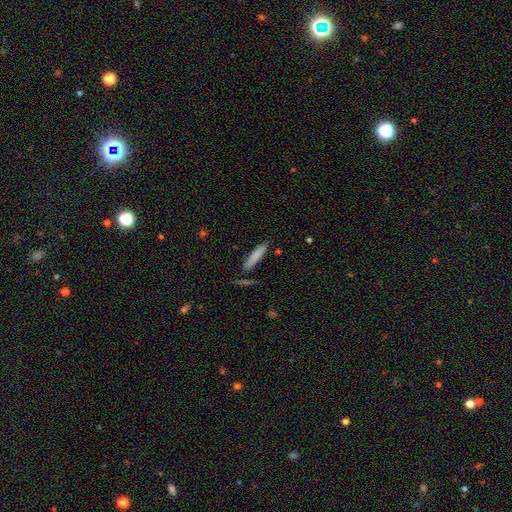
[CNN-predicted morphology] Q: Smooth or featured?
A: smooth (80%); runner-up: featured or disk (14%)
Q: How rounded?
A: cigar-shaped (88%); runner-up: in between (11%)
Q: Merging?
A: none (76%); runner-up: minor disturbance (15%)